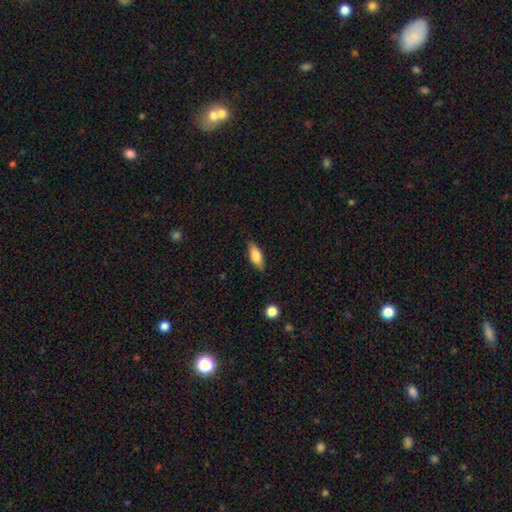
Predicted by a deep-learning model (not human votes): Q: Smooth or featured?
A: smooth (79%); runner-up: featured or disk (15%)
Q: How rounded?
A: in between (76%); runner-up: cigar-shaped (21%)
Q: Merging?
A: none (82%); runner-up: minor disturbance (14%)